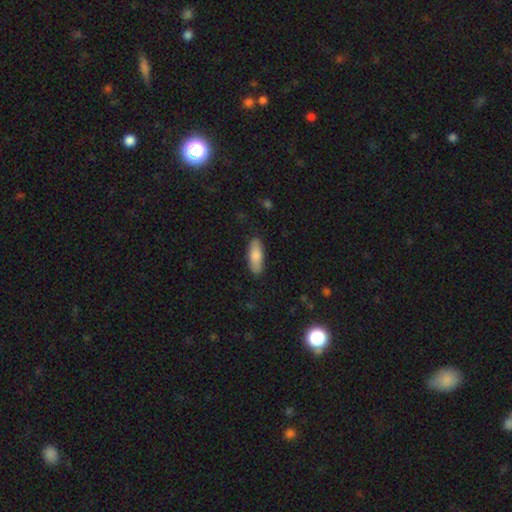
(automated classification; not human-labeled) Morphology: type=smooth (81%); roundness=in between (66%); merging=none (87%).